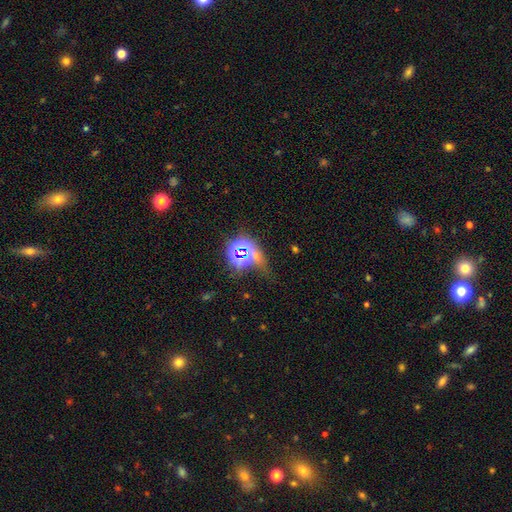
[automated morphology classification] star or artifact 66%, smooth 24%, featured or disk 11%.